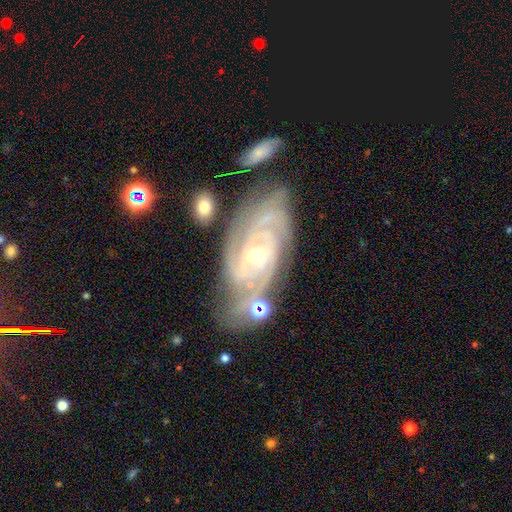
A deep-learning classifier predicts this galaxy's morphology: Q: Smooth or featured?
A: featured or disk (89%); runner-up: star or artifact (6%)
Q: Edge-on disk?
A: no (95%); runner-up: yes (5%)
Q: Bar?
A: no (53%); runner-up: weak (34%)
Q: Spiral arms?
A: yes (98%); runner-up: no (2%)
Q: Spiral winding?
A: tight (67%); runner-up: medium (28%)
Q: Spiral arm count?
A: 3 (32%); runner-up: 2 (23%)
Q: Bulge size?
A: small (59%); runner-up: moderate (38%)
Q: Merging?
A: none (65%); runner-up: minor disturbance (21%)